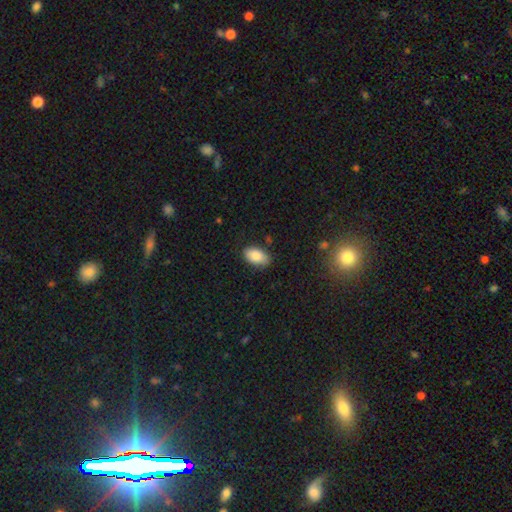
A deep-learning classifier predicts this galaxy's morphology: type=smooth (84%); roundness=in between (93%); merging=none (82%).